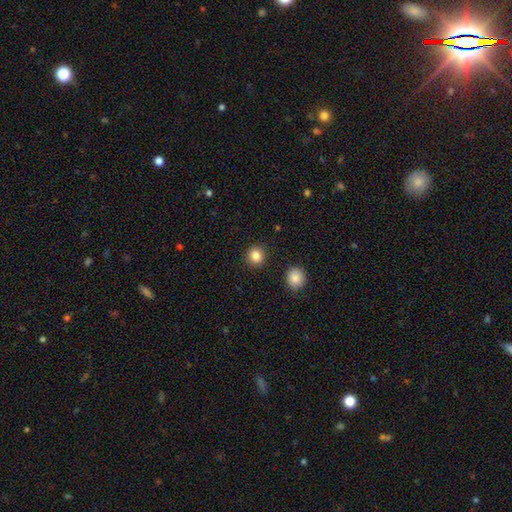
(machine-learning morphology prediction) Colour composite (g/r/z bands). It shows a smooth galaxy with no disk features (85%) that is round (90%). Merging: none (91%).